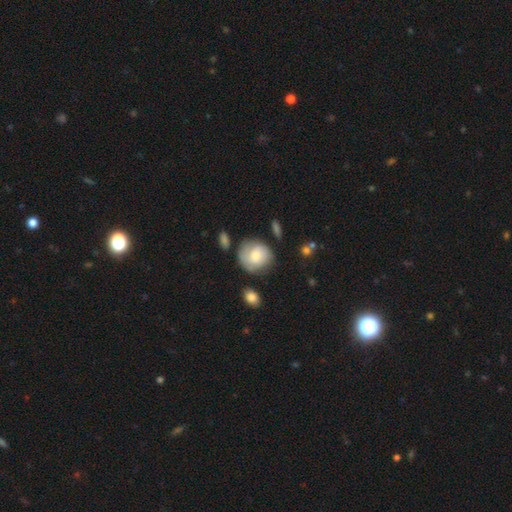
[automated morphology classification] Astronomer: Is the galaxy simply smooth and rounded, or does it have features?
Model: smooth — 63%.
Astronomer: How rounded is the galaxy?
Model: round — 83%.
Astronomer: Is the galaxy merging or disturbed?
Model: none — 64%.